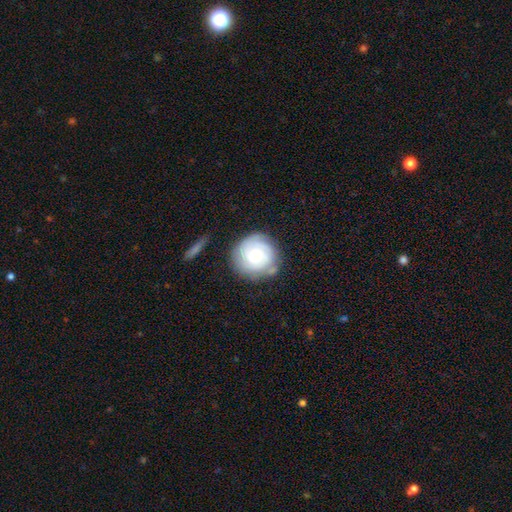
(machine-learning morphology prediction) This appears to be a featured or disk galaxy (49%). Merging: none (72%).